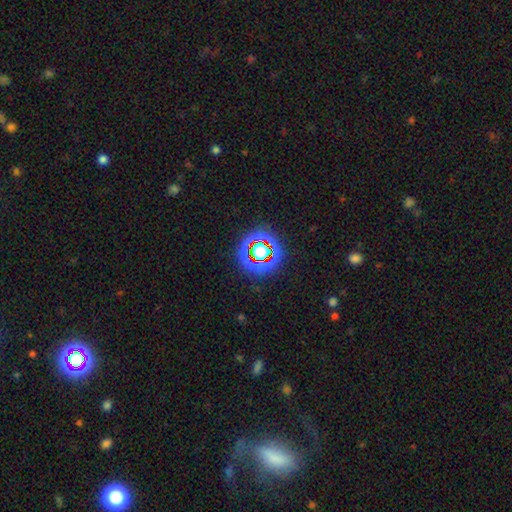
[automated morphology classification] Smooth or featured? Predicted: star or artifact (p=0.73).